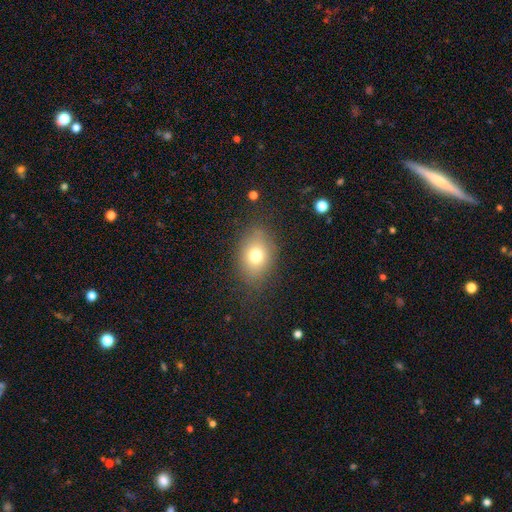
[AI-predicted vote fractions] smooth_or_featured: smooth (p=0.73) [alt: featured or disk p=0.14]
how_rounded: in between (p=0.68) [alt: round p=0.30]
merging: none (p=0.79) [alt: minor disturbance p=0.14]